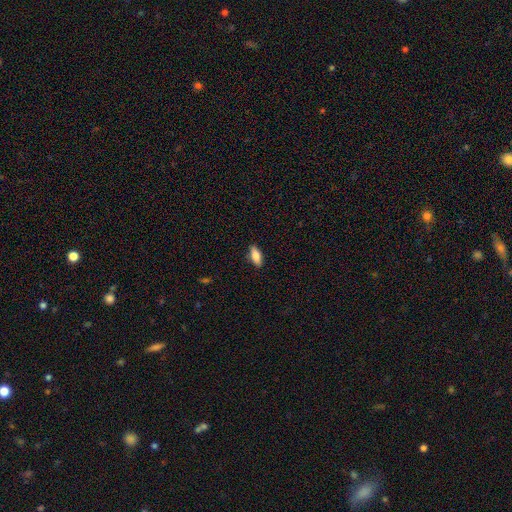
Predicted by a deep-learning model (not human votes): Smooth or featured? Predicted: smooth (p=0.80). How rounded? Predicted: in between (p=0.79). Merging? Predicted: none (p=0.87).